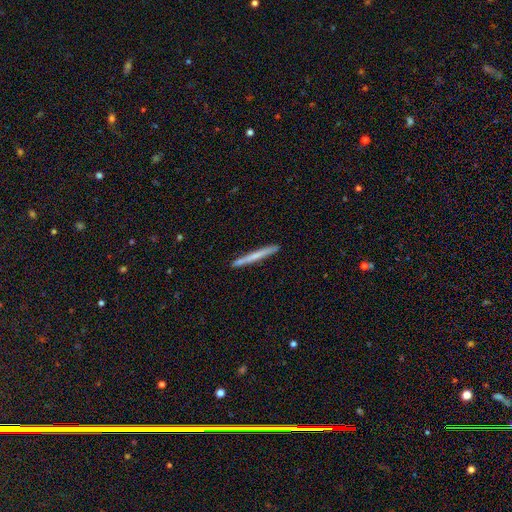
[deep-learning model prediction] This appears to be a smooth galaxy with no disk features (58%) that is cigar-shaped (97%). Merging: none (88%).